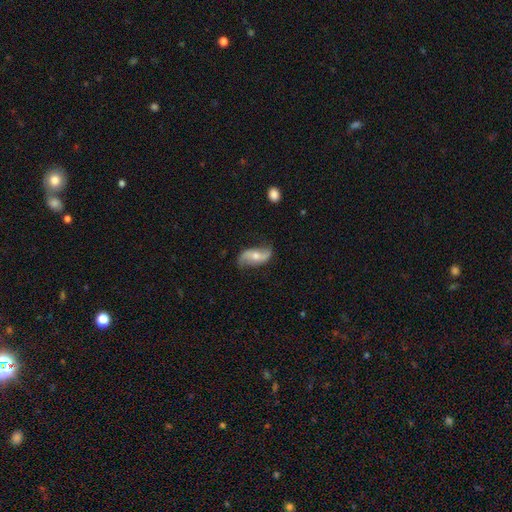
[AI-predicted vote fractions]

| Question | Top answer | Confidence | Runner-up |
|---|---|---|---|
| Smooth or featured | featured or disk | 78% | smooth (15%) |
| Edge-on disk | no | 93% | yes (7%) |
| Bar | no | 50% | weak (32%) |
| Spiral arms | yes | 93% | no (7%) |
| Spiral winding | loose | 81% | medium (13%) |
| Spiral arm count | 2 | 92% | can't tell (3%) |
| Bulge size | moderate | 59% | small (35%) |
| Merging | none | 76% | minor disturbance (17%) |